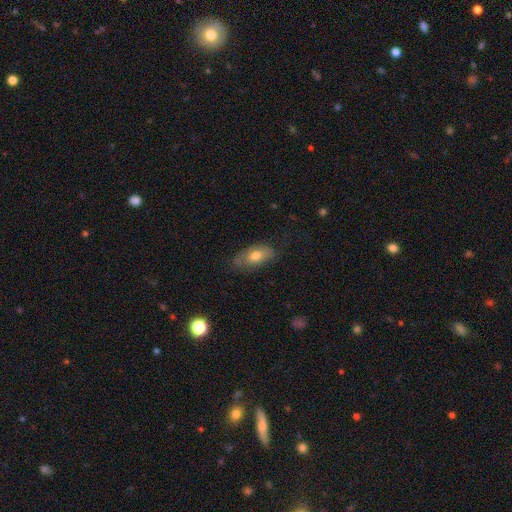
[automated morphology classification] Q: Smooth or featured?
A: smooth (70%); runner-up: featured or disk (23%)
Q: How rounded?
A: in between (87%); runner-up: cigar-shaped (9%)
Q: Merging?
A: none (62%); runner-up: minor disturbance (28%)